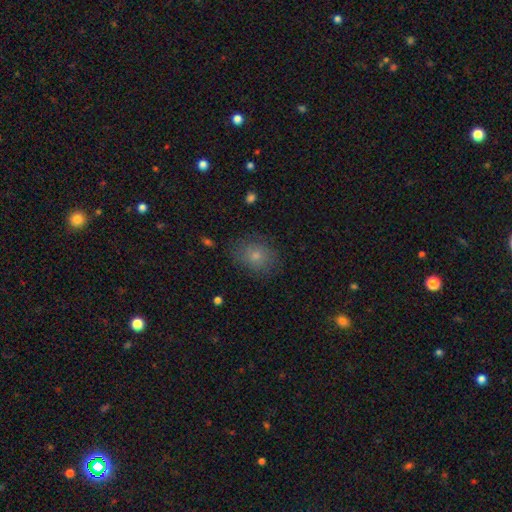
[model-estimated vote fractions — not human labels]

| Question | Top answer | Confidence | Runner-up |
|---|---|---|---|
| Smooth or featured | smooth | 75% | featured or disk (14%) |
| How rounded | round | 51% | in between (48%) |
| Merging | none | 78% | minor disturbance (15%) |